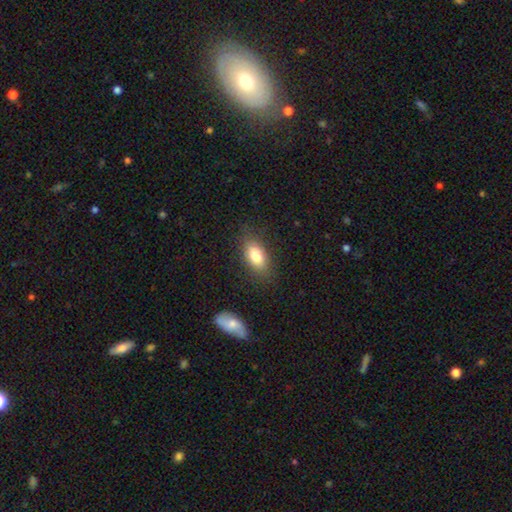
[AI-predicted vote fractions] Smooth or featured? Predicted: smooth (p=0.80). How rounded? Predicted: in between (p=0.88). Merging? Predicted: none (p=0.81).